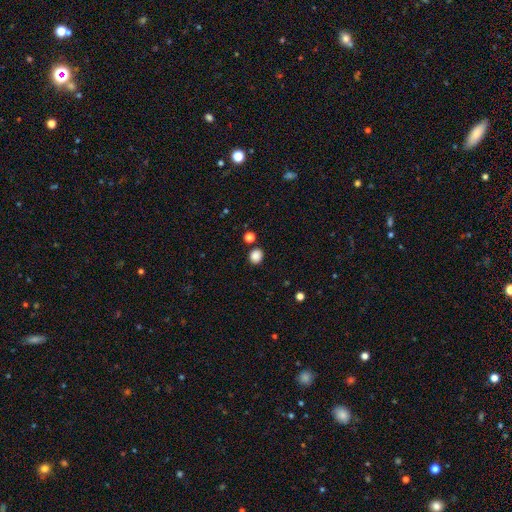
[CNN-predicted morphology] This is clearly a smooth galaxy (86%). How rounded: likely round (76%). Merging: clearly none (85%).